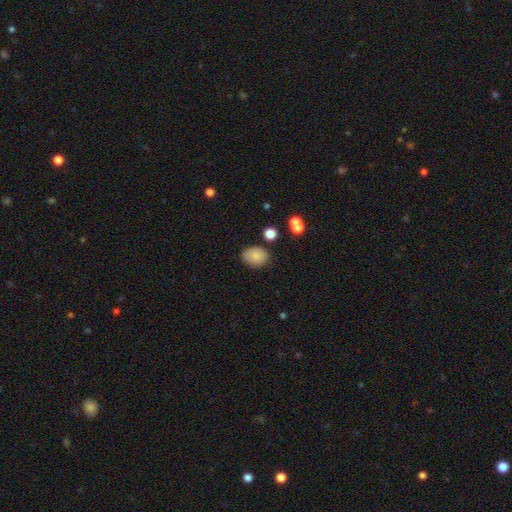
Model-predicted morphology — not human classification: Overall: smooth (84%). How rounded: in between (68%; round 31%). Merging: none (78%).